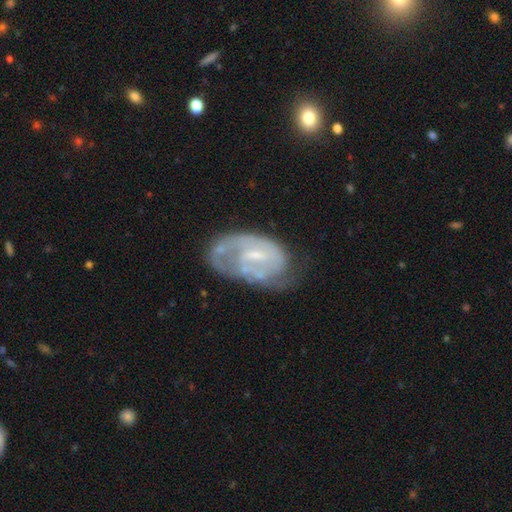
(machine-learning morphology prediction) smooth-or-featured: featured or disk: 74% | smooth: 20% | star or artifact: 7%
  disk-edge-on: no: 96% | yes: 4%
    bar: weak: 52% | no: 34% | strong: 14%
    has-spiral-arms: yes: 75% | no: 25%
      spiral-winding: tight: 46% | medium: 38% | loose: 16%
      spiral-arm-count: 2: 37% | can't tell: 36% | 1: 17% | 3: 6% | 4: 2% | more than 4: 2%
    bulge-size: small: 55% | moderate: 25% | none: 18% | large: 2% | dominant: 1%
  merging: none: 46% | minor disturbance: 29% | major disturbance: 21% | merger: 4%